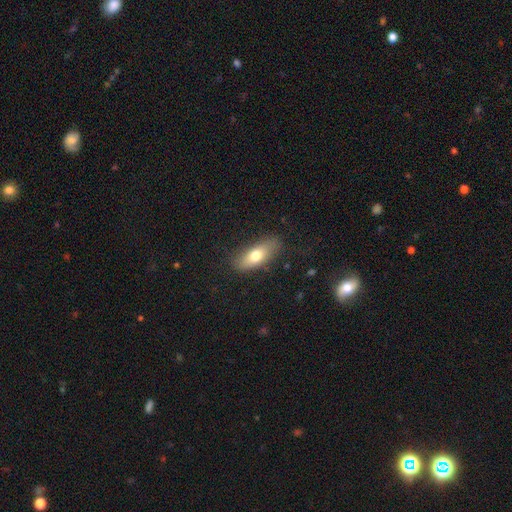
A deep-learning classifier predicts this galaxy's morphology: Smooth or featured: smooth — 70% (featured or disk — 23%)
How rounded: in between — 72% (cigar-shaped — 24%)
Merging: none — 80% (minor disturbance — 15%)